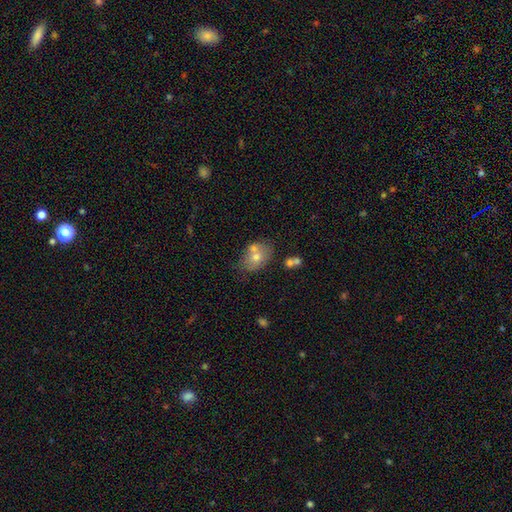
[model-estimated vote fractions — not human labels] Smooth or featured?
  - smooth: 65% *
  - featured or disk: 26%
  - star or artifact: 8%
How rounded?
  - in between: 77% *
  - round: 21%
  - cigar-shaped: 1%
Merging?
  - none: 46% *
  - merger: 31%
  - minor disturbance: 18%
  - major disturbance: 5%